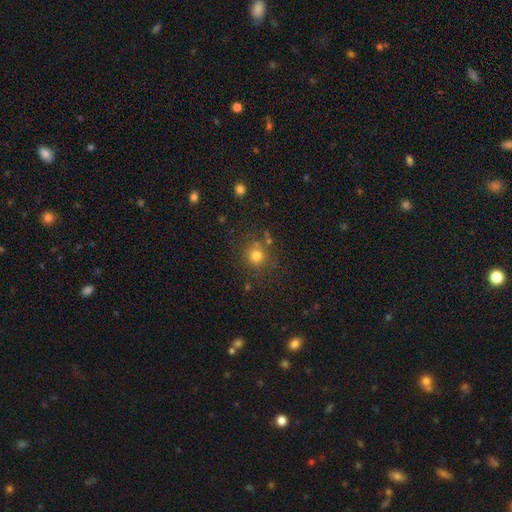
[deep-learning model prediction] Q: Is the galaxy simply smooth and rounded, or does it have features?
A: smooth — 75%.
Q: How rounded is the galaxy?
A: round — 91%.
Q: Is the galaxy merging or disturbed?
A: none — 76%.